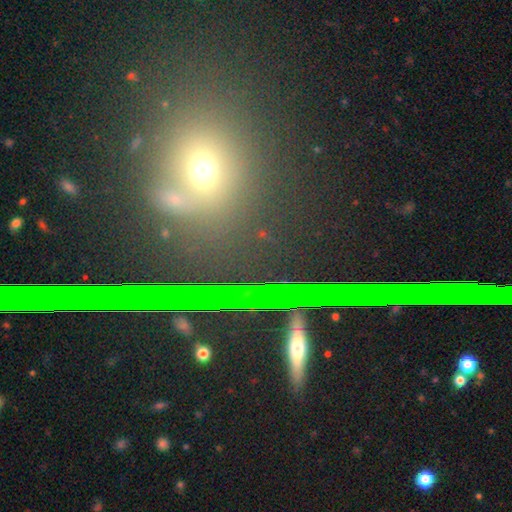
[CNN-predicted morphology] Overall: star or artifact (45%; smooth 40%).